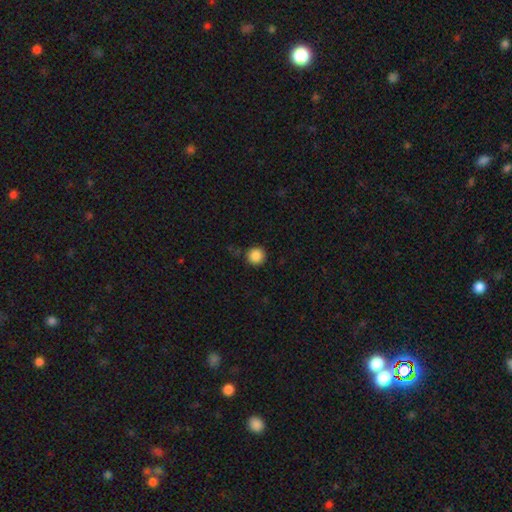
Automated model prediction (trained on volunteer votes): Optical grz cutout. It shows a smooth galaxy with no disk features (87%) that is round (96%). Merging: none (87%).